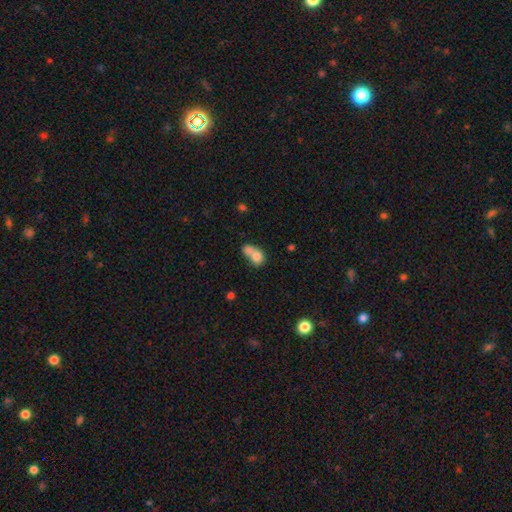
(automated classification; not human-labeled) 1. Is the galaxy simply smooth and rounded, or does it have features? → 75% smooth, 15% featured or disk, 9% star or artifact.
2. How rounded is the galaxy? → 55% round, 43% in between, 2% cigar-shaped.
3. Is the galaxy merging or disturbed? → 69% merger, 20% none, 7% minor disturbance, 4% major disturbance.